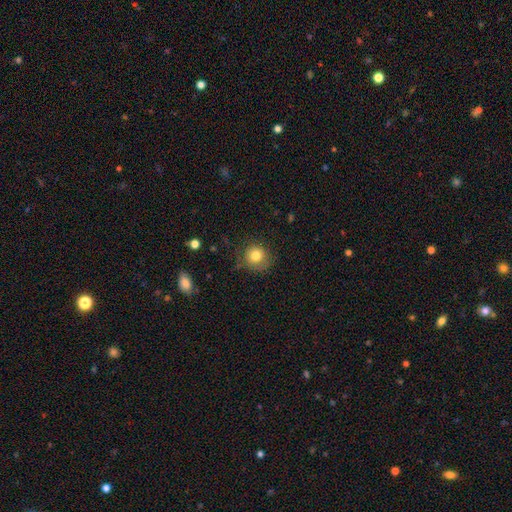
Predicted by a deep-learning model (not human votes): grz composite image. It shows a smooth galaxy with no disk features (80%) that is round (89%). Merging: none (75%).